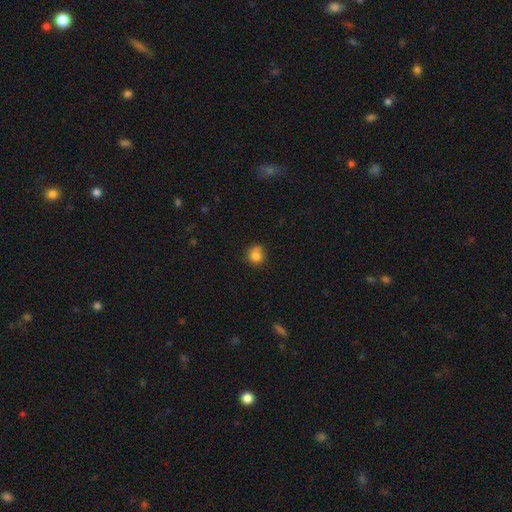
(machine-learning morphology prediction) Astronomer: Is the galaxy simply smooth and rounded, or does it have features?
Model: smooth — 81%.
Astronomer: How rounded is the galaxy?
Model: round — 86%.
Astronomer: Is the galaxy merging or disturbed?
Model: none — 70%.